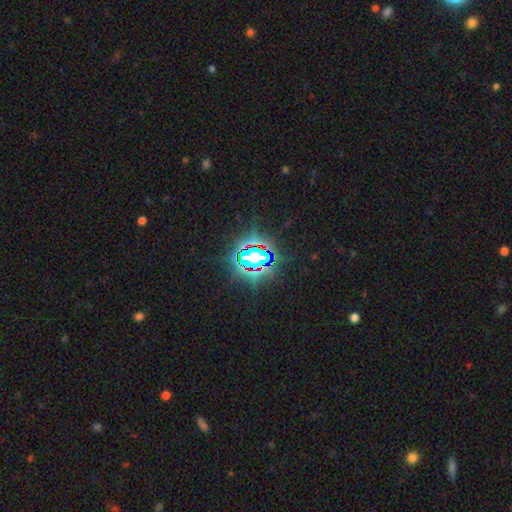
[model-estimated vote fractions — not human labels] A star or artifact, not a galaxy (76%).

Vote fractions:
- Smooth or featured? star or artifact: 76% / smooth: 12% / featured or disk: 11%